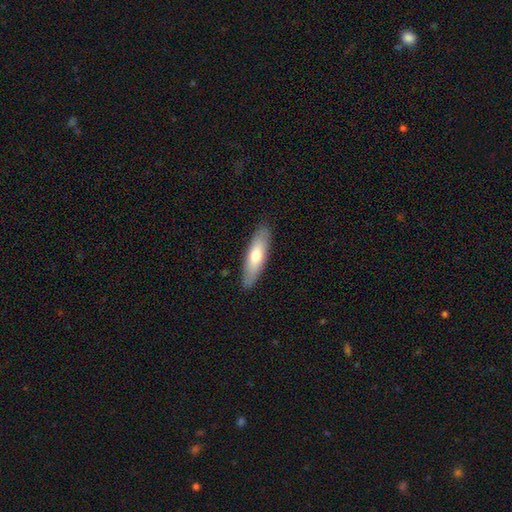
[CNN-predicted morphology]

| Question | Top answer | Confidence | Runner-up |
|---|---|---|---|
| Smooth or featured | smooth | 69% | featured or disk (26%) |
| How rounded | cigar-shaped | 61% | in between (37%) |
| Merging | none | 88% | minor disturbance (9%) |